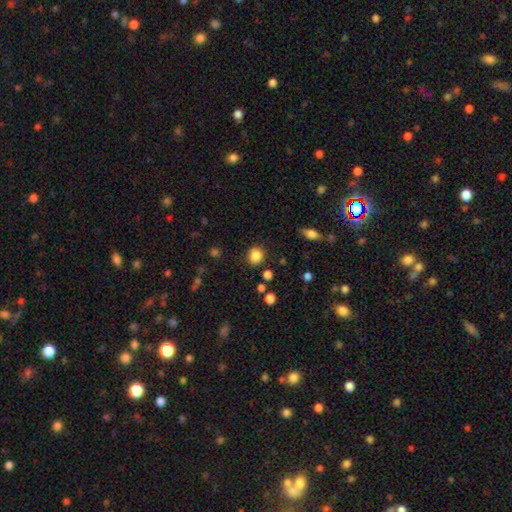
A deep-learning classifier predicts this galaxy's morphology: Q: Smooth or featured?
A: smooth (85%); runner-up: star or artifact (11%)
Q: How rounded?
A: round (86%); runner-up: in between (13%)
Q: Merging?
A: none (88%); runner-up: minor disturbance (8%)